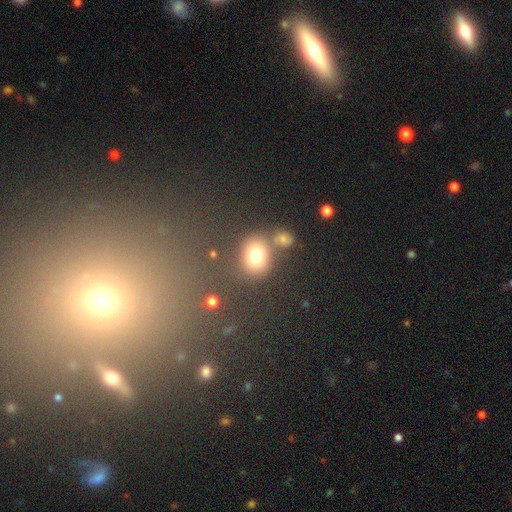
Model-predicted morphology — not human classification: Smooth or featured? Predicted: smooth (p=0.76). How rounded? Predicted: round (p=0.59). Merging? Predicted: none (p=0.62).